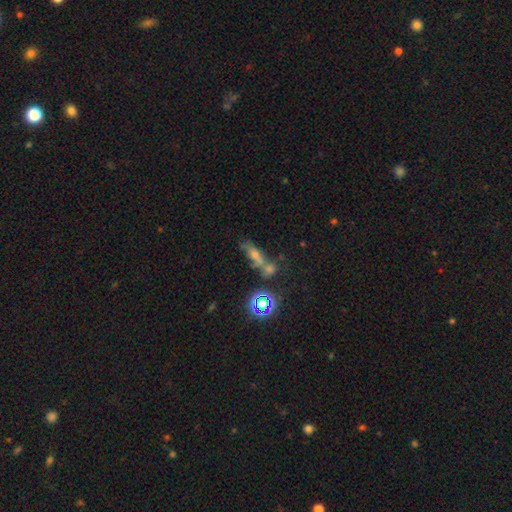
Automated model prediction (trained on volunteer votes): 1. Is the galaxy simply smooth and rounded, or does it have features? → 37% star or artifact (tied), 37% smooth (tied), 27% featured or disk.